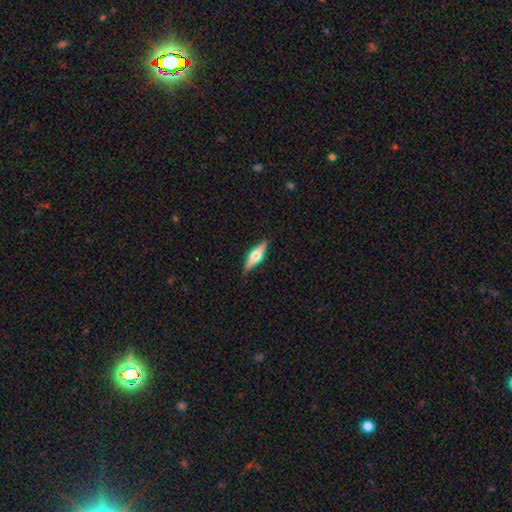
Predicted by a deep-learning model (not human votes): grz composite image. It shows a featured or disk galaxy (64%) viewed edge-on (96%) with a rounded central bulge (94%). Merging: none (88%).